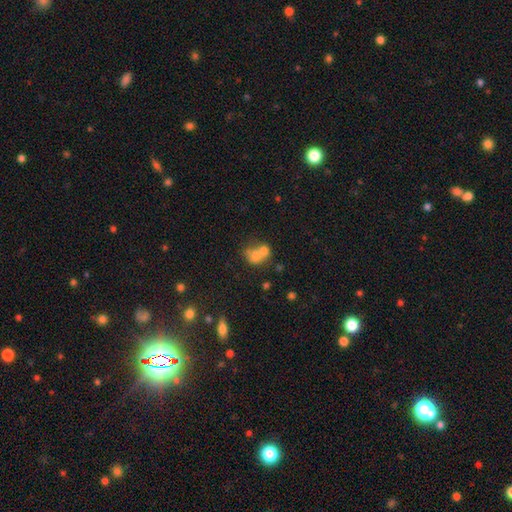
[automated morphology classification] A smooth galaxy with no disk features (67%) that is round (60%).

Vote fractions:
- Smooth or featured? smooth: 67% / featured or disk: 21% / star or artifact: 12%
- How rounded? round: 60% / in between: 39% / cigar-shaped: 1%
- Merging? merger: 64% / none: 24% / minor disturbance: 8% / major disturbance: 5%